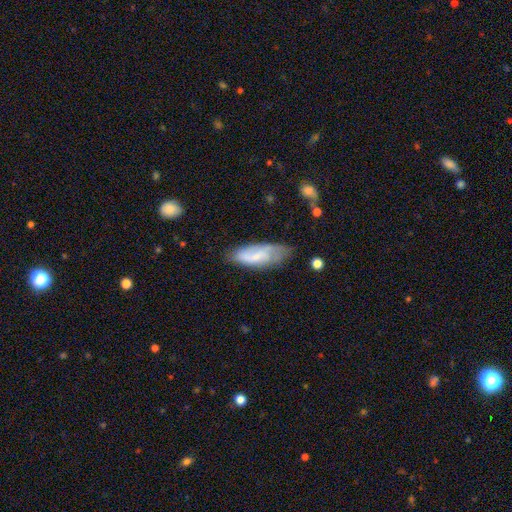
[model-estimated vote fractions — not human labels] Morphology: type=smooth (54%); roundness=in between (71%); merging=none (55%).